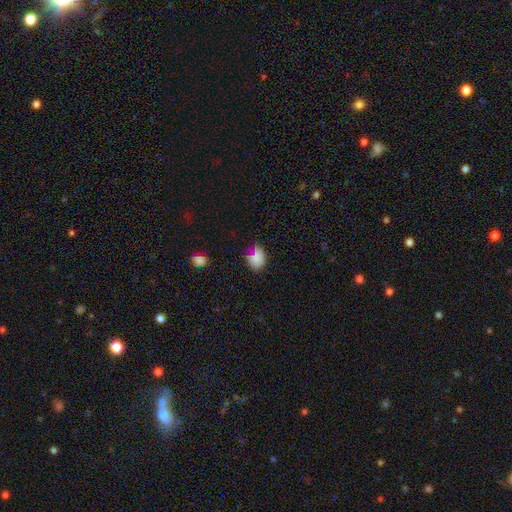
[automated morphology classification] The model was most divided on "how rounded": in between: 57%, round: 42%, cigar-shaped: 1%. More confident: smooth or featured — smooth (79%); merging — none (61%).